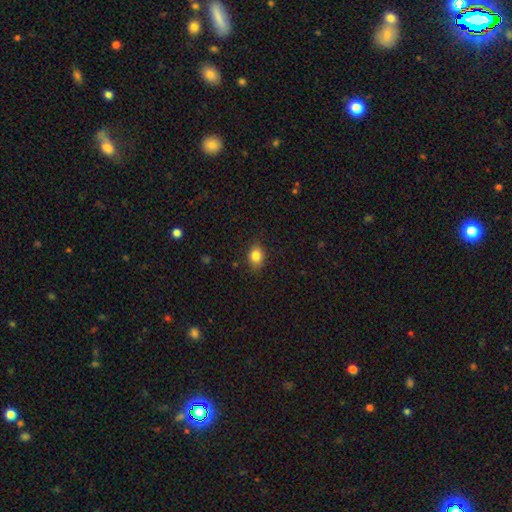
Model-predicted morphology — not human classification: Q: Smooth or featured?
A: smooth (84%); runner-up: star or artifact (10%)
Q: How rounded?
A: in between (56%); runner-up: round (43%)
Q: Merging?
A: none (83%); runner-up: minor disturbance (13%)